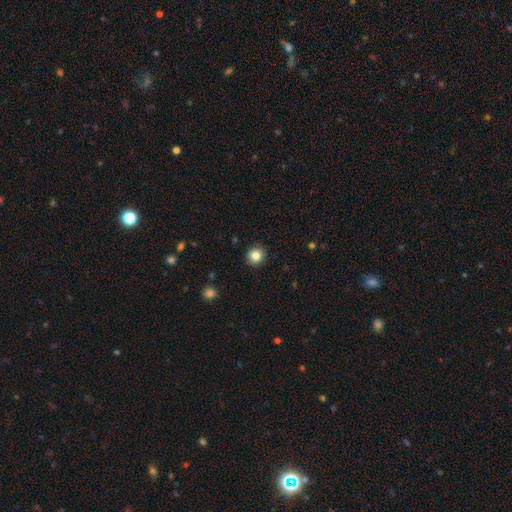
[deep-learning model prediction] smooth-or-featured: smooth: 83% | star or artifact: 11% | featured or disk: 6%
  how-rounded: round: 91% | in between: 8% | cigar-shaped: 1%
  merging: none: 92% | minor disturbance: 6% | major disturbance: 2% | merger: 1%